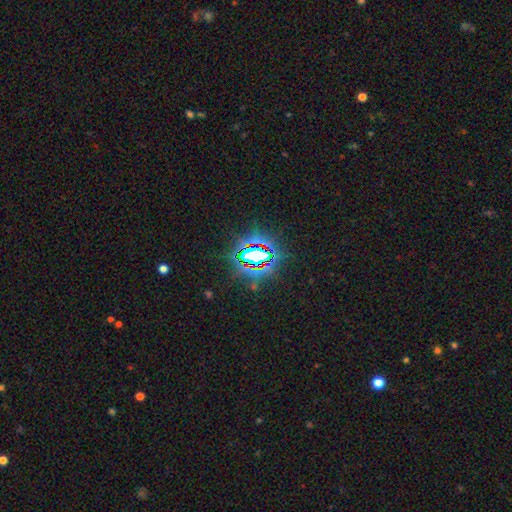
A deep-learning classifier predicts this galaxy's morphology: star or artifact 77%, smooth 13%, featured or disk 10%.